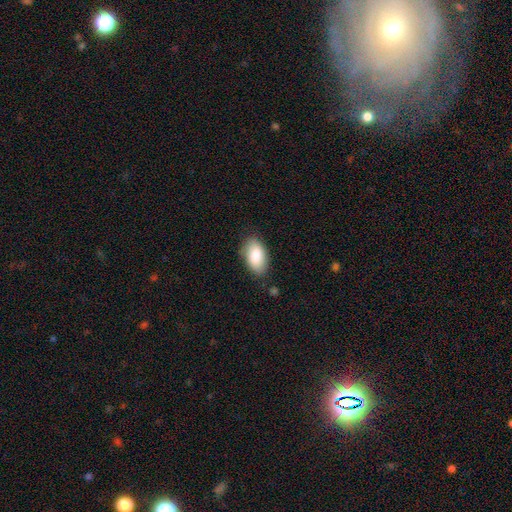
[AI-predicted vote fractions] smooth_or_featured: smooth (p=0.85) [alt: featured or disk p=0.08]
how_rounded: in between (p=0.94) [alt: round p=0.03]
merging: none (p=0.79) [alt: minor disturbance p=0.16]